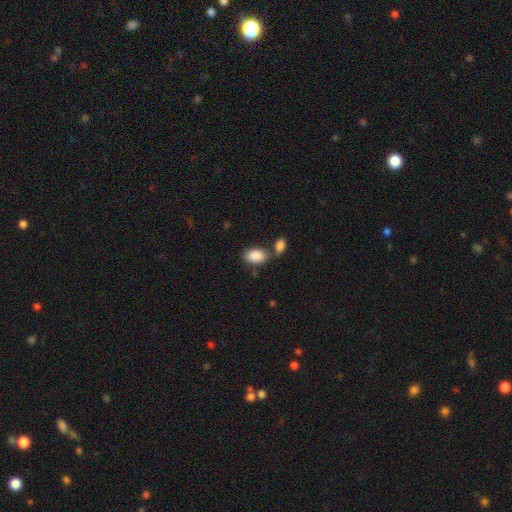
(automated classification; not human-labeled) Smooth or featured?
  - smooth: 88% *
  - star or artifact: 7%
  - featured or disk: 5%
How rounded?
  - in between: 92% *
  - round: 7%
  - cigar-shaped: 1%
Merging?
  - none: 56% *
  - merger: 28%
  - minor disturbance: 12%
  - major disturbance: 4%